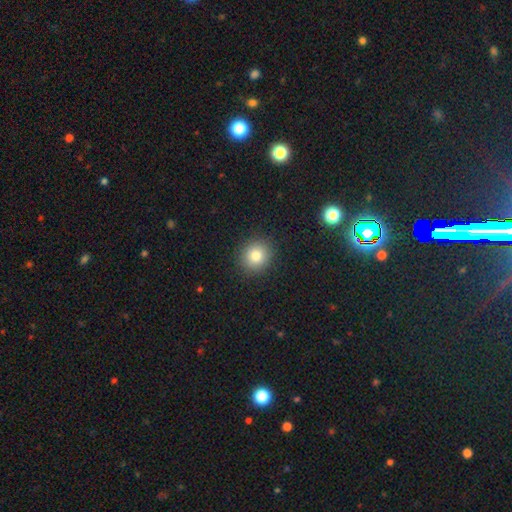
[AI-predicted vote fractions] Smooth or featured? smooth (82%)
How rounded? round (81%)
Merging? none (90%)